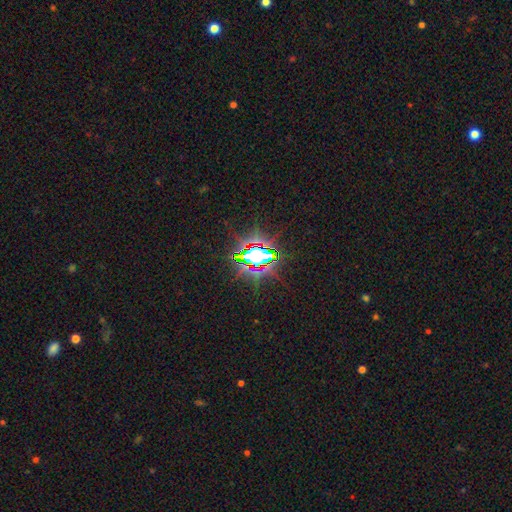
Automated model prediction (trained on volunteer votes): Overall: star or artifact (78%).